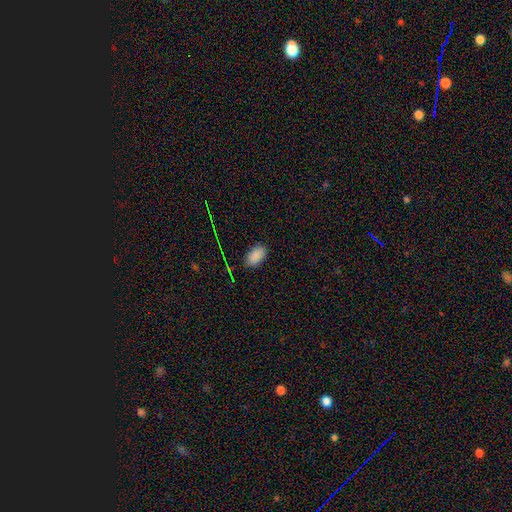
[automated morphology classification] smooth_or_featured: smooth (p=0.85) [alt: star or artifact p=0.11]
how_rounded: in between (p=0.94) [alt: round p=0.04]
merging: none (p=0.85) [alt: minor disturbance p=0.11]